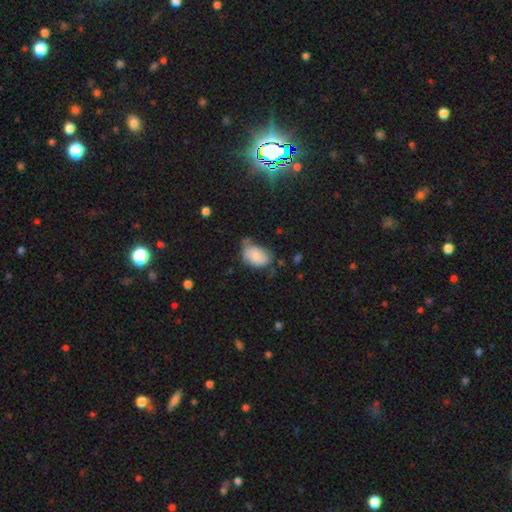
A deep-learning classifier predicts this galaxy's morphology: type=smooth (73%); roundness=in between (82%); merging=none (38%).